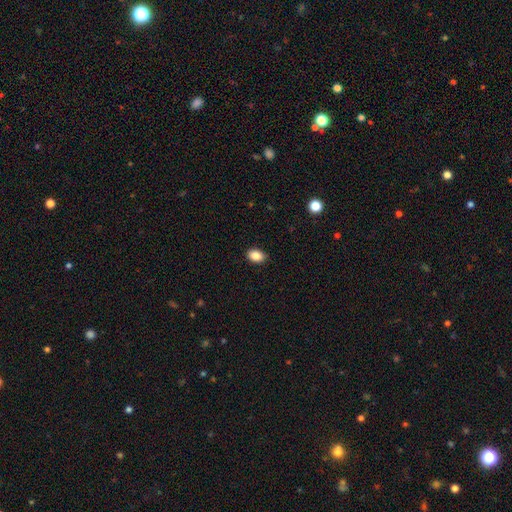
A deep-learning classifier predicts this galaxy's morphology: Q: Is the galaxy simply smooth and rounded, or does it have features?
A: smooth — 87%.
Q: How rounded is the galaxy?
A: in between — 80%.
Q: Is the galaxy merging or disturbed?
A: none — 85%.